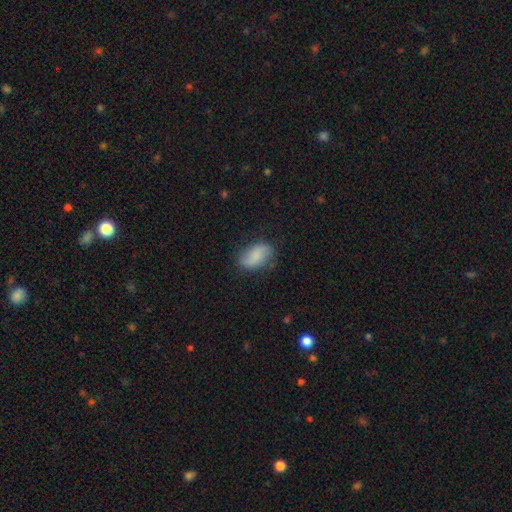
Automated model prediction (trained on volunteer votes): Smooth or featured? smooth (73%)
How rounded? in between (92%)
Merging? none (73%)